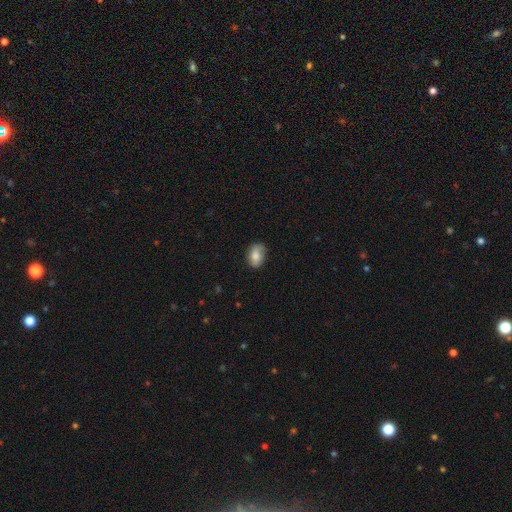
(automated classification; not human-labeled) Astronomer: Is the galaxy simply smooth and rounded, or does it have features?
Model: smooth — 78%.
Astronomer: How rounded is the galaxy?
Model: in between — 82%.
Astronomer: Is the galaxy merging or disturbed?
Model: none — 77%.